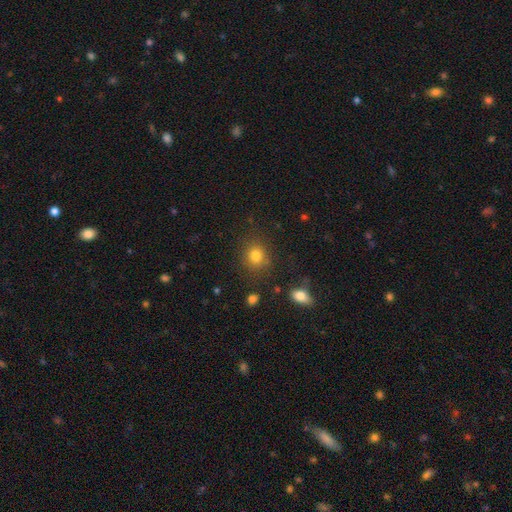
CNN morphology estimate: This is clearly a smooth galaxy (81%). How rounded: clearly round (81%). Merging: clearly none (84%).